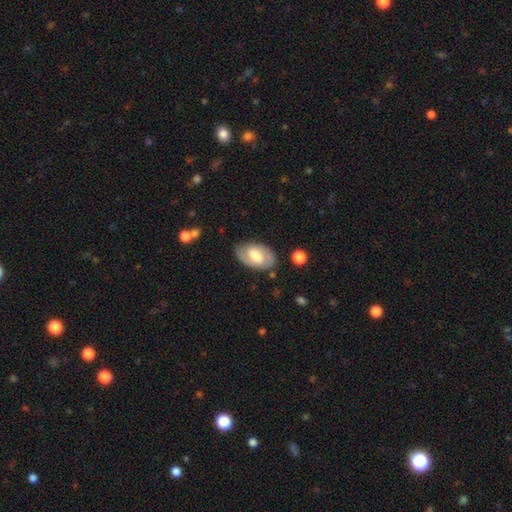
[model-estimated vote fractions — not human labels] smooth-or-featured: featured or disk: 48% | smooth: 46% | star or artifact: 6%
  merging: none: 77% | minor disturbance: 15% | major disturbance: 5% | merger: 2%